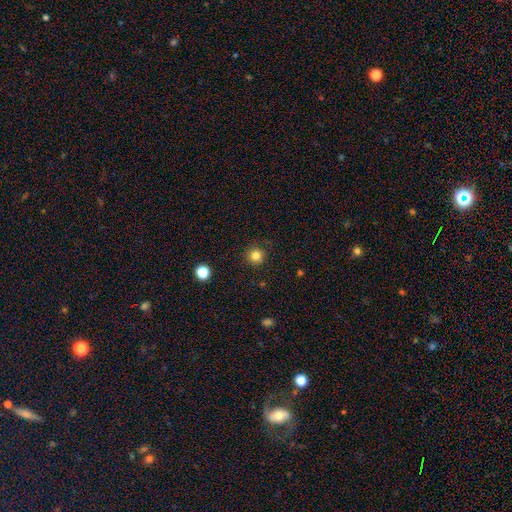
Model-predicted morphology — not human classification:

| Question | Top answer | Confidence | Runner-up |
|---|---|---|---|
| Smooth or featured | smooth | 82% | star or artifact (13%) |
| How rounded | round | 94% | in between (5%) |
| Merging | none | 88% | minor disturbance (8%) |